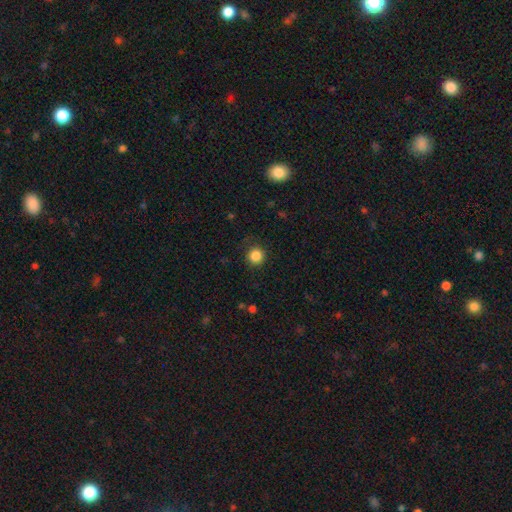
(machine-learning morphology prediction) Smooth or featured? smooth (85%)
How rounded? round (94%)
Merging? none (87%)